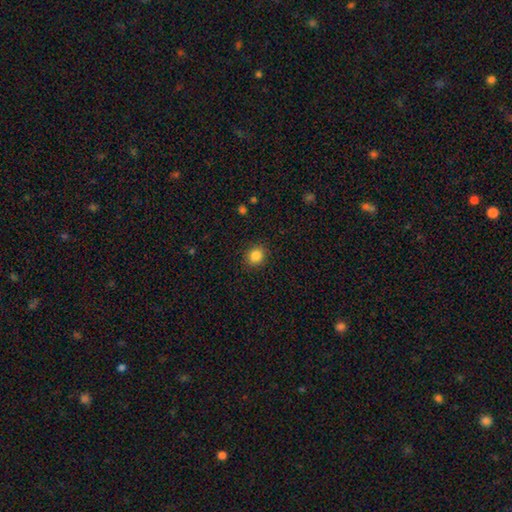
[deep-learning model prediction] Smooth or featured? Predicted: smooth (p=0.85). How rounded? Predicted: round (p=0.70). Merging? Predicted: none (p=0.89).